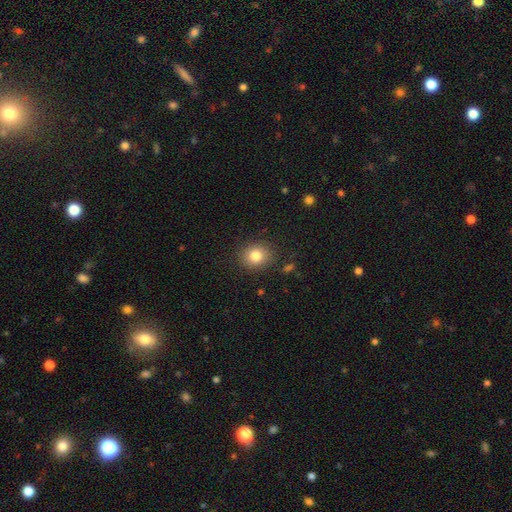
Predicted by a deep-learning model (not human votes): The model was most divided on "how rounded": round: 74%, in between: 25%, cigar-shaped: 1%. More confident: merging — none (86%); smooth or featured — smooth (82%).